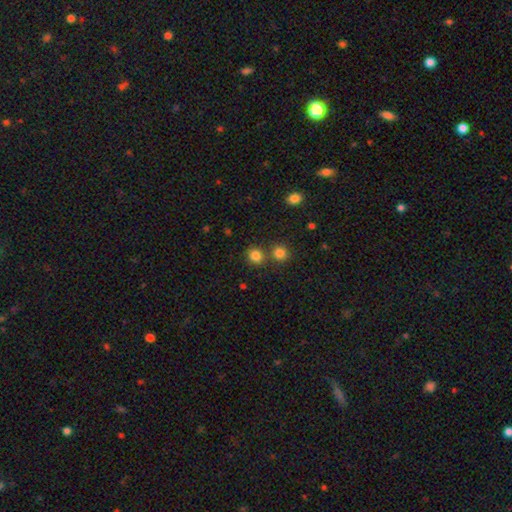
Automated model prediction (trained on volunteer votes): Q: Smooth or featured?
A: smooth (82%); runner-up: star or artifact (13%)
Q: How rounded?
A: round (87%); runner-up: in between (12%)
Q: Merging?
A: none (72%); runner-up: merger (18%)